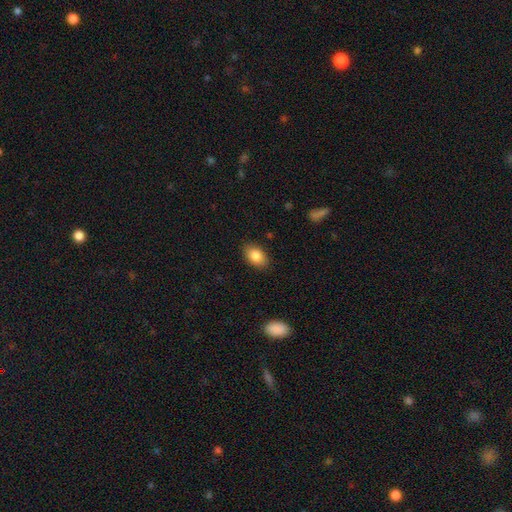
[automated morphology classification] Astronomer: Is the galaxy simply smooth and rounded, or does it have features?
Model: smooth — 85%.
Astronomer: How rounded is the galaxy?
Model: in between — 88%.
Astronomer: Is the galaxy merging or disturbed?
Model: none — 86%.